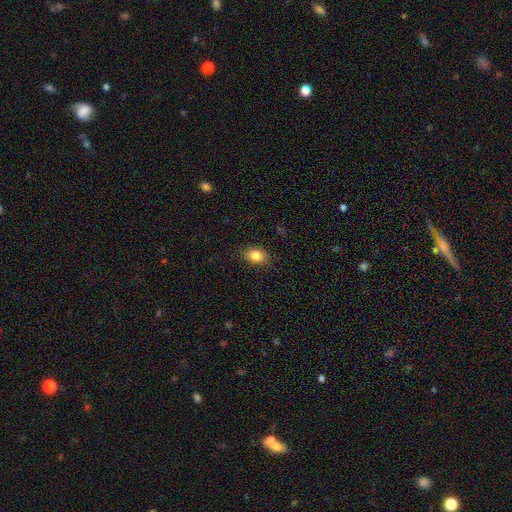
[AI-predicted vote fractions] A smooth galaxy with no disk features (84%) that is in between round and cigar-shaped (76%). Merging: none (85%).